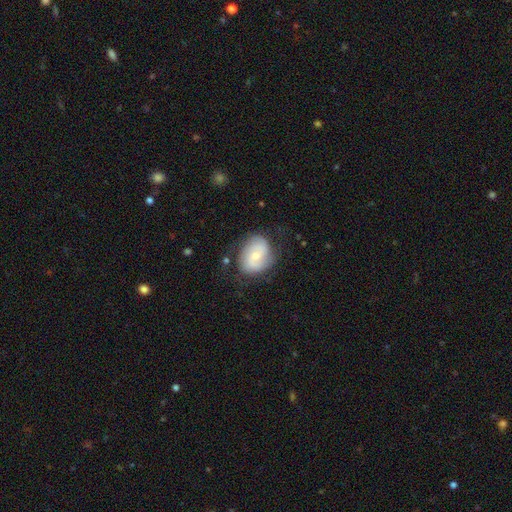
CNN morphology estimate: The model was most divided on "bar": no: 51%, weak: 40%, strong: 9%. Remaining: edge-on disk — no (97%); spiral arms — yes (87%); spiral arm count — 2 (72%); merging — none (68%); smooth or featured — featured or disk (60%); bulge size — small (53%); spiral winding — medium (44%).